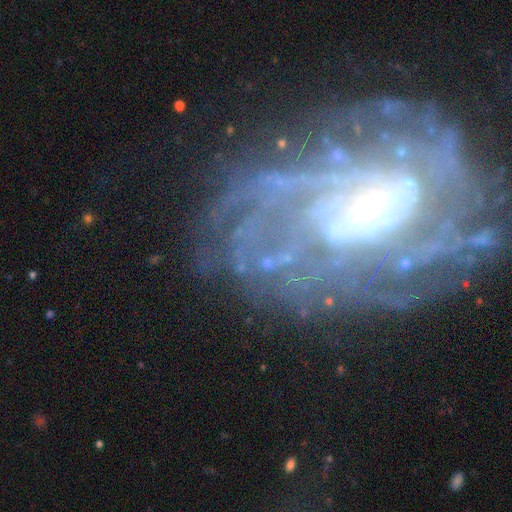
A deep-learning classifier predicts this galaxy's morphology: Overall: featured or disk (84%). Edge-on disk: no (96%). Bar: no (47%; weak 35%). Spiral arms: yes (87%). Spiral arm count: can't tell (42%; 2 16%). Spiral winding: tight (54%; medium 32%). Bulge size: small (63%). Merging: none (62%).